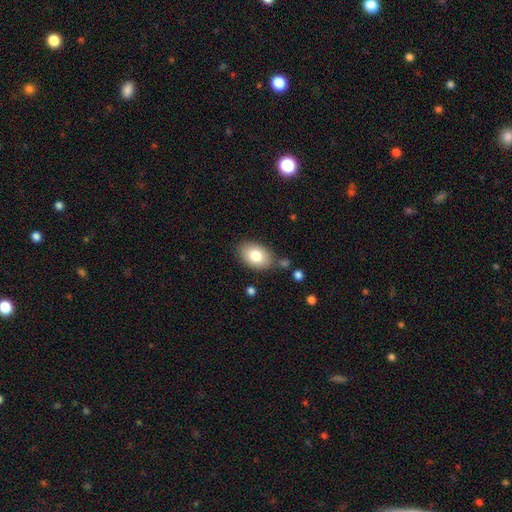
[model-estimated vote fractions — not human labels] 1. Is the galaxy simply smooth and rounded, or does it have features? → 81% smooth, 12% featured or disk, 7% star or artifact.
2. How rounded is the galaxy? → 85% in between, 14% round, 1% cigar-shaped.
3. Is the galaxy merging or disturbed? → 79% none, 13% minor disturbance, 4% merger, 3% major disturbance.